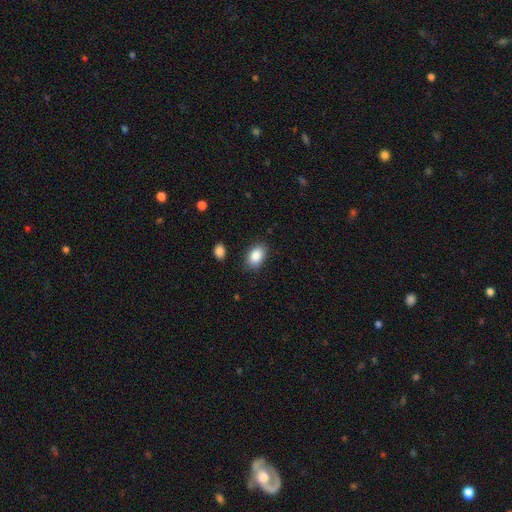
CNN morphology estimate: Smooth or featured: smooth — 88% (star or artifact — 7%)
How rounded: in between — 88% (round — 11%)
Merging: none — 84% (minor disturbance — 11%)